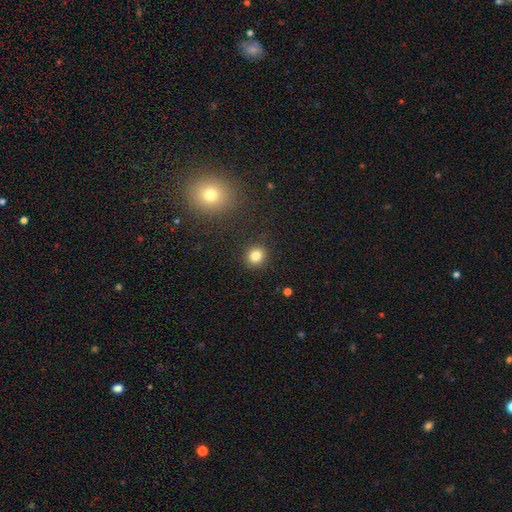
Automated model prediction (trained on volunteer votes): Overall: smooth (82%). How rounded: round (88%). Merging: none (91%).